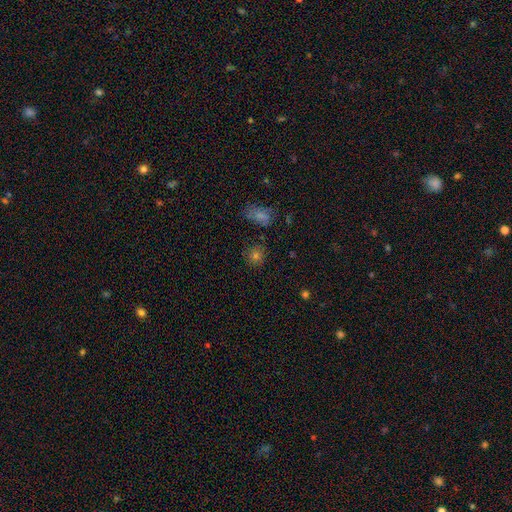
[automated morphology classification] Smooth or featured?
  - smooth: 67% *
  - star or artifact: 23%
  - featured or disk: 10%
How rounded?
  - round: 86% *
  - in between: 13%
  - cigar-shaped: 1%
Merging?
  - none: 82% *
  - minor disturbance: 11%
  - major disturbance: 3%
  - merger: 3%